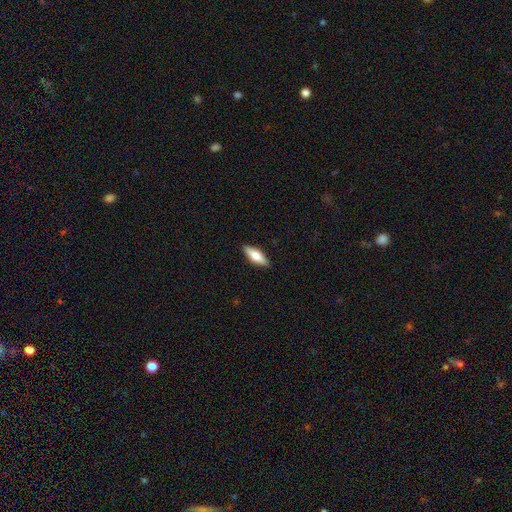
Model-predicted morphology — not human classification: A smooth galaxy with no disk features (61%) that is in between round and cigar-shaped (54%). Merging: none (89%).